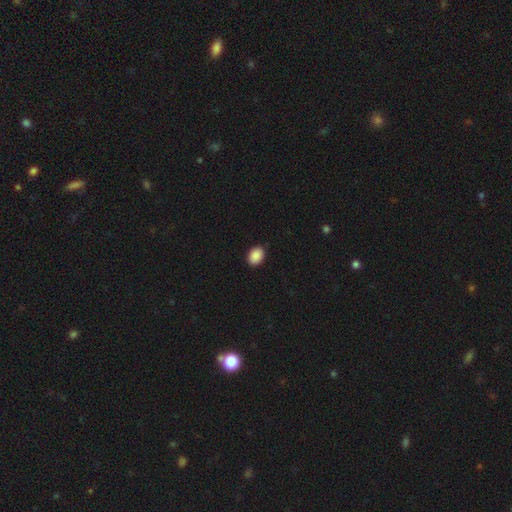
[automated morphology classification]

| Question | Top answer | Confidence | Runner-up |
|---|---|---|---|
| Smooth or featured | smooth | 90% | star or artifact (8%) |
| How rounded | in between | 71% | round (28%) |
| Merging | none | 90% | minor disturbance (8%) |